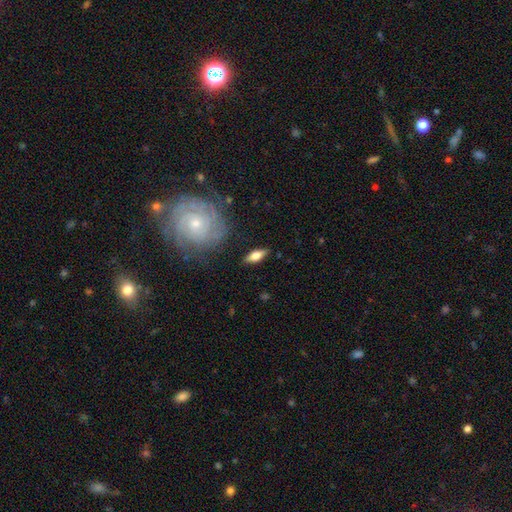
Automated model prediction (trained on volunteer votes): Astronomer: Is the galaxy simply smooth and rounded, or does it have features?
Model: smooth — 62%.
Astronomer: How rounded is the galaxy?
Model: in between — 69%.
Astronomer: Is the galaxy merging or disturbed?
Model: none — 83%.